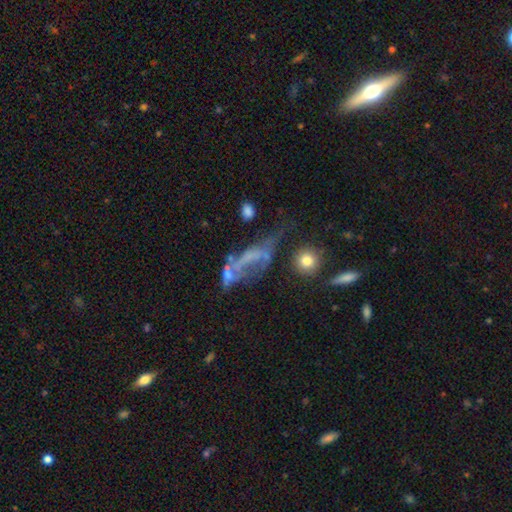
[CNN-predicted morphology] Smooth or featured?
  - featured or disk: 55% *
  - smooth: 29%
  - star or artifact: 16%
Edge-on disk?
  - no: 87% *
  - yes: 13%
Merging?
  - major disturbance: 42% *
  - none: 23%
  - merger: 19%
  - minor disturbance: 17%